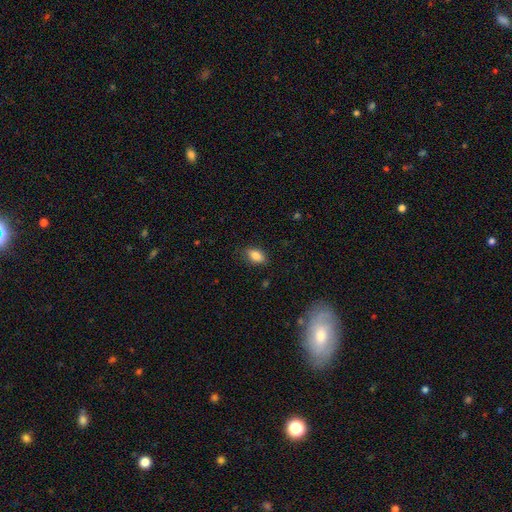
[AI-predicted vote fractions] Smooth or featured? Predicted: smooth (p=0.86). How rounded? Predicted: in between (p=0.89). Merging? Predicted: none (p=0.84).